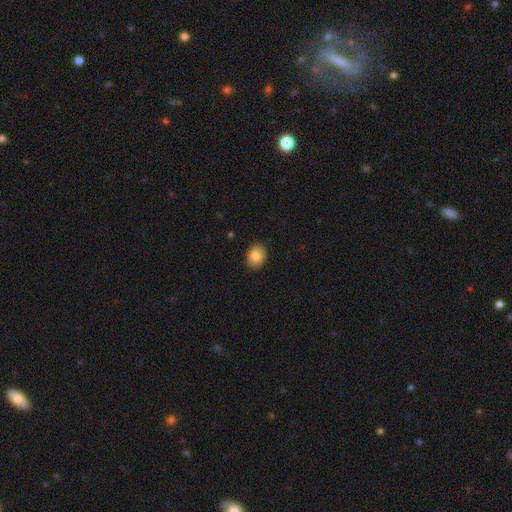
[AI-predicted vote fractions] smooth-or-featured: smooth: 83% | featured or disk: 9% | star or artifact: 8%
  how-rounded: in between: 51% | round: 48% | cigar-shaped: 1%
  merging: none: 88% | minor disturbance: 9% | major disturbance: 2% | merger: 1%